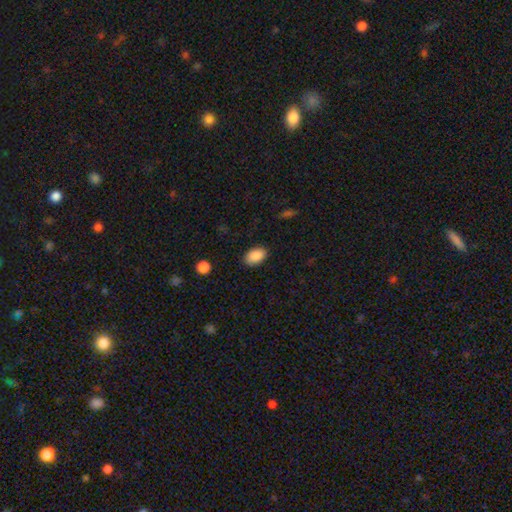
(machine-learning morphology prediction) Smooth or featured: smooth — 89% (star or artifact — 7%)
How rounded: in between — 91% (round — 8%)
Merging: none — 87% (minor disturbance — 9%)